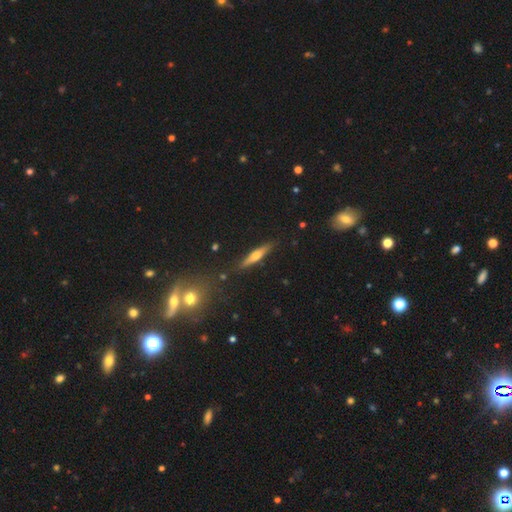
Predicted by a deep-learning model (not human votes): A featured or disk galaxy (51%) viewed edge-on (94%).

Vote fractions:
- Smooth or featured? featured or disk: 51% / smooth: 41% / star or artifact: 8%
- Edge-on disk? yes: 94% / no: 6%
- Merging? none: 87% / minor disturbance: 9% / merger: 2% / major disturbance: 2%